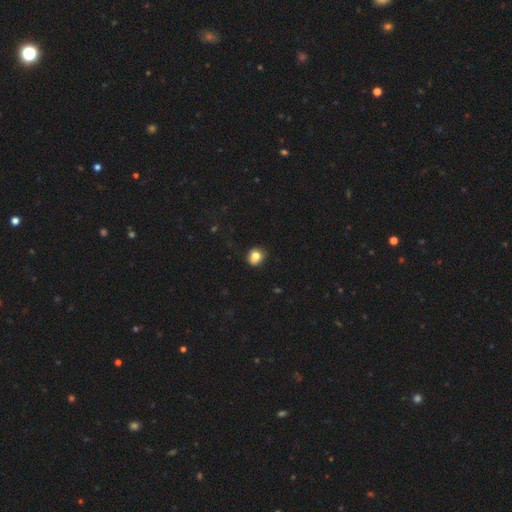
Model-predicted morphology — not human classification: The model was most divided on "how rounded": round: 72%, in between: 27%, cigar-shaped: 1%. More confident: merging — none (84%); smooth or featured — smooth (82%).